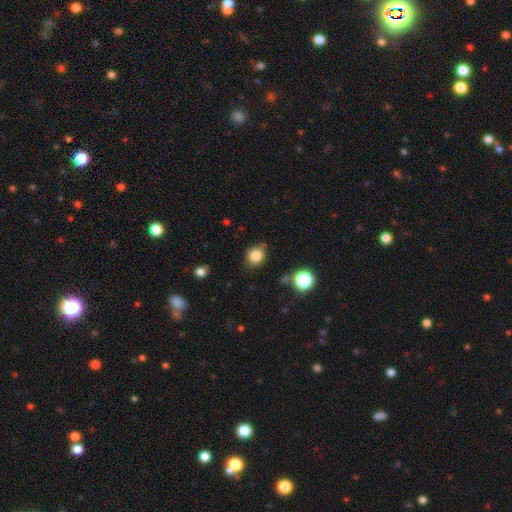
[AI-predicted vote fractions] Q: Smooth or featured?
A: smooth (82%); runner-up: star or artifact (12%)
Q: How rounded?
A: round (64%); runner-up: in between (35%)
Q: Merging?
A: none (76%); runner-up: minor disturbance (17%)